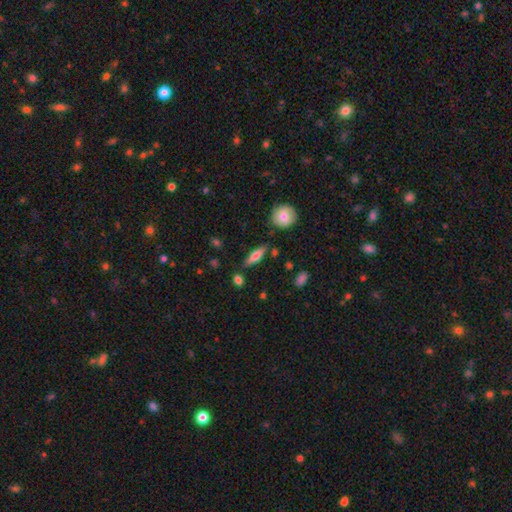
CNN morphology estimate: Smooth or featured? smooth (55%)
How rounded? cigar-shaped (60%)
Merging? none (81%)